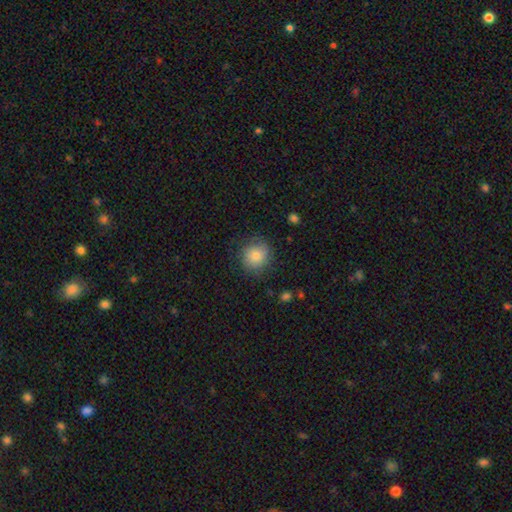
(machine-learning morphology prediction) Smooth or featured? smooth (80%)
How rounded? round (84%)
Merging? none (77%)